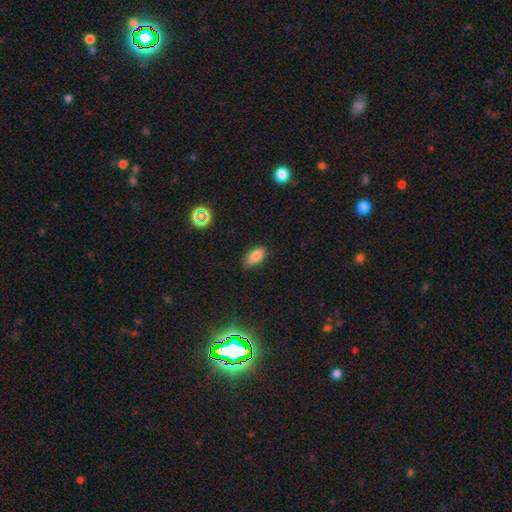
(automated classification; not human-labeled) Smooth or featured?
  - smooth: 81% *
  - star or artifact: 11%
  - featured or disk: 9%
How rounded?
  - in between: 89% *
  - cigar-shaped: 7%
  - round: 4%
Merging?
  - none: 83% *
  - minor disturbance: 14%
  - major disturbance: 3%
  - merger: 1%